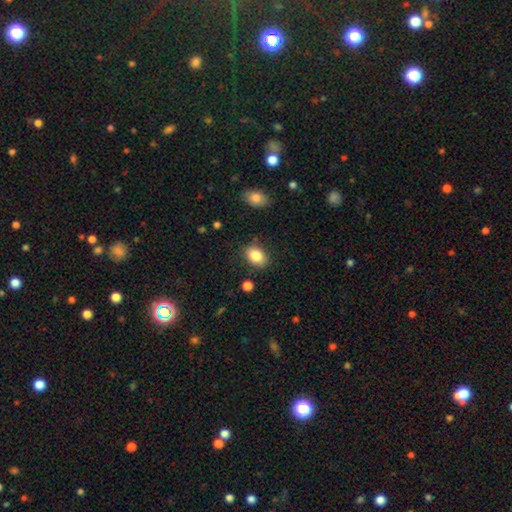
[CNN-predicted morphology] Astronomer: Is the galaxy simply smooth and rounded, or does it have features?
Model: smooth — 85%.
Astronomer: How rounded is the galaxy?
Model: in between — 79%.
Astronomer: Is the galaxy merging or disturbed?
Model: none — 82%.